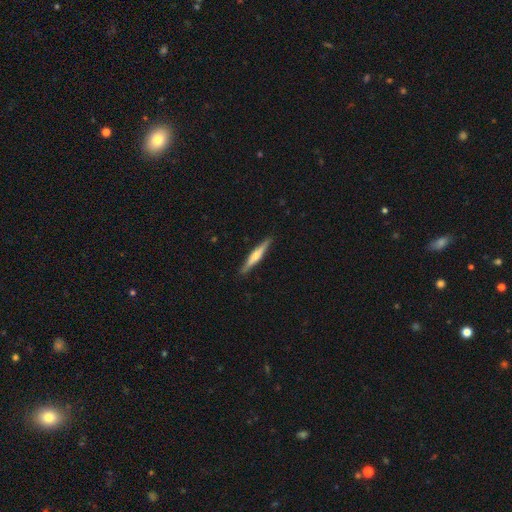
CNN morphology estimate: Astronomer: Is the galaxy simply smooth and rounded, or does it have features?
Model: featured or disk — 57% (runner-up: smooth, 37%).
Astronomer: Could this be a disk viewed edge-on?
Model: yes — 98%.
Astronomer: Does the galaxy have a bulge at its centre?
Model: rounded — 71%.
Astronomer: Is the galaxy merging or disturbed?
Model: none — 91%.